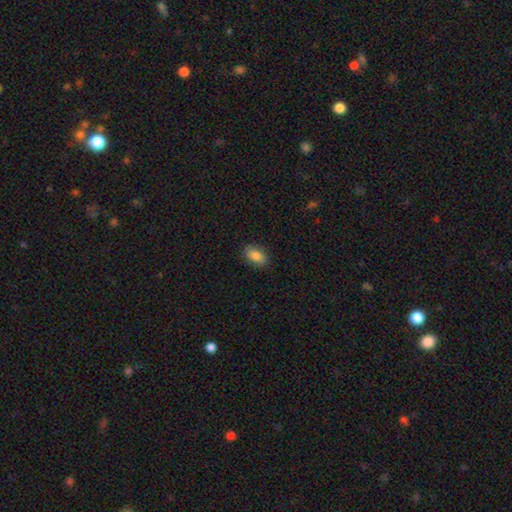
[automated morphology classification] This appears to be a smooth galaxy with no disk features (84%) that is in between round and cigar-shaped (89%). Merging: none (87%).